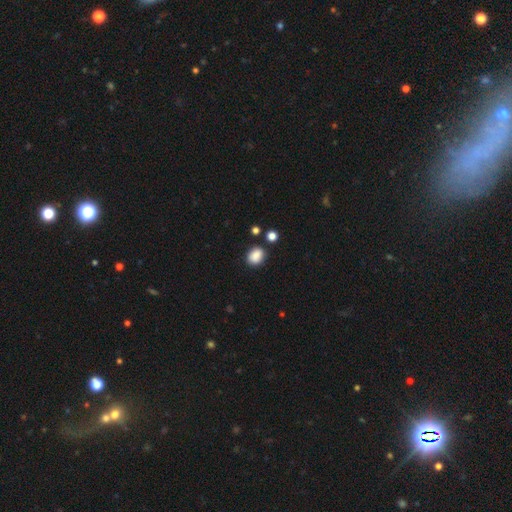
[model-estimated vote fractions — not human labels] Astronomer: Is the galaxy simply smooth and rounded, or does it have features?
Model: smooth — 86%.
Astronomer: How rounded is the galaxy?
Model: in between — 55% (runner-up: round, 44%).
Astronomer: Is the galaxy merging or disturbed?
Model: none — 78%.